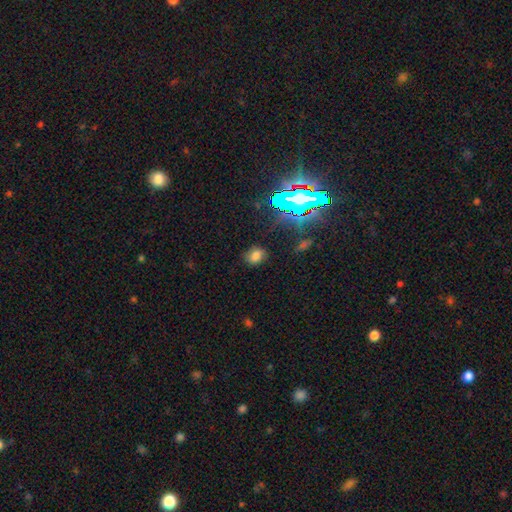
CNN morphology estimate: Overall: smooth (69%). How rounded: in between (51%; round 47%). Merging: none (81%).